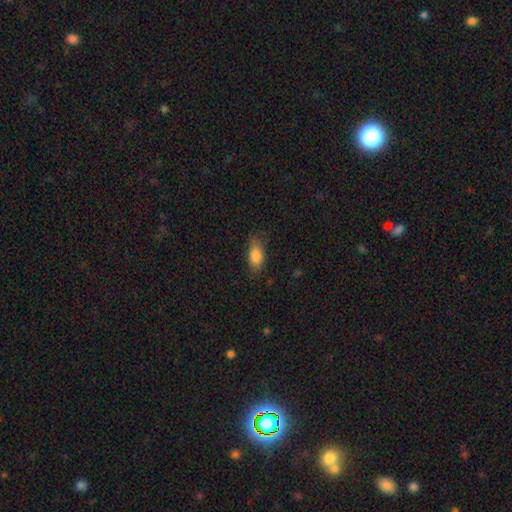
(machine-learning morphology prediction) Smooth or featured? Predicted: smooth (p=0.84). How rounded? Predicted: in between (p=0.85). Merging? Predicted: none (p=0.72).